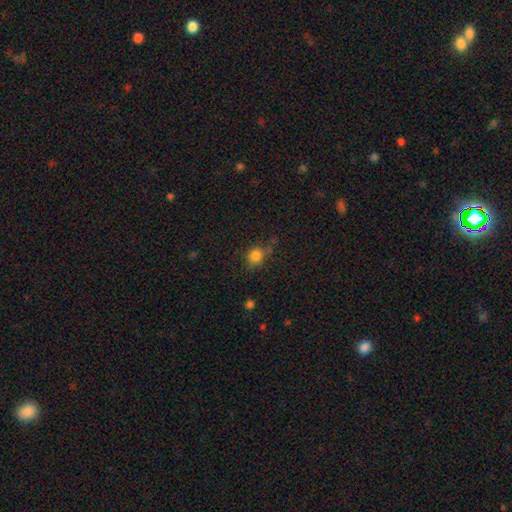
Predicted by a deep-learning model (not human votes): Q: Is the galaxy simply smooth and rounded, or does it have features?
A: smooth — 81%.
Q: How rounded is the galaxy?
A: round — 74%.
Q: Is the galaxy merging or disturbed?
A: none — 65%.